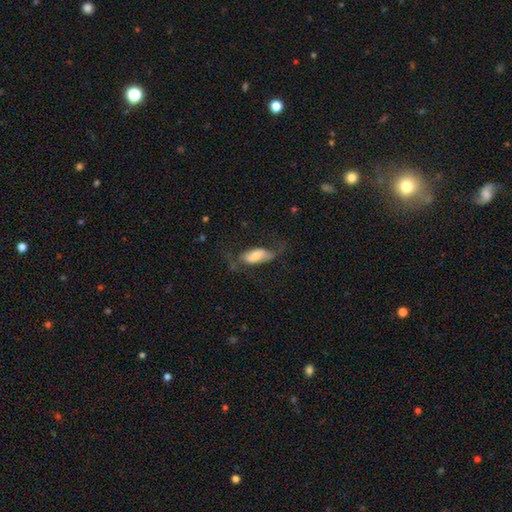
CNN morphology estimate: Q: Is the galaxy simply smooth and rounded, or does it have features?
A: smooth — 55%.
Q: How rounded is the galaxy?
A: in between — 82%.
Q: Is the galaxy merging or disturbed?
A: none — 47%.